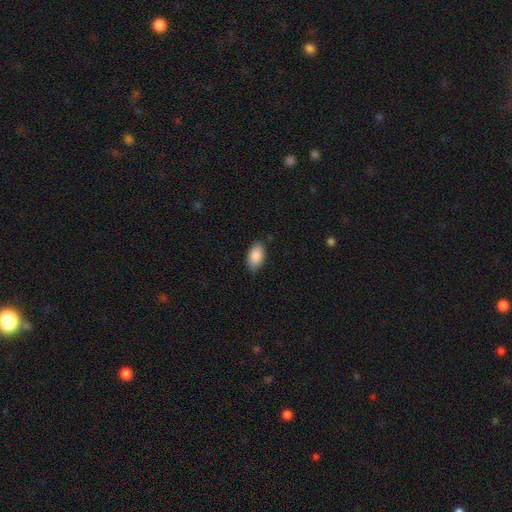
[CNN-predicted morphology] type=smooth (89%); roundness=in between (94%); merging=none (84%).